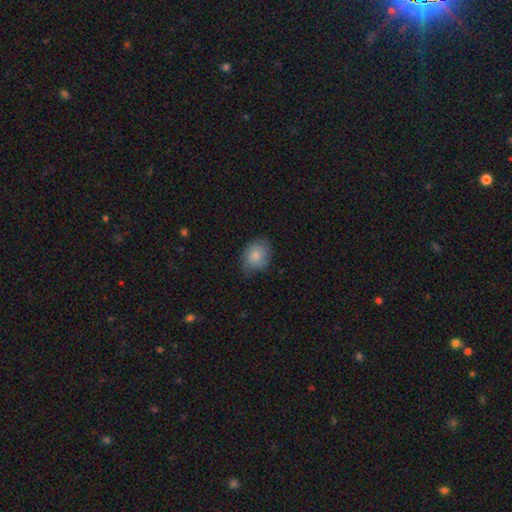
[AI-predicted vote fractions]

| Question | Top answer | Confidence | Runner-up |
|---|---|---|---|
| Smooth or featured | smooth | 80% | featured or disk (13%) |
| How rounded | round | 50% | in between (49%) |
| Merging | none | 63% | minor disturbance (30%) |